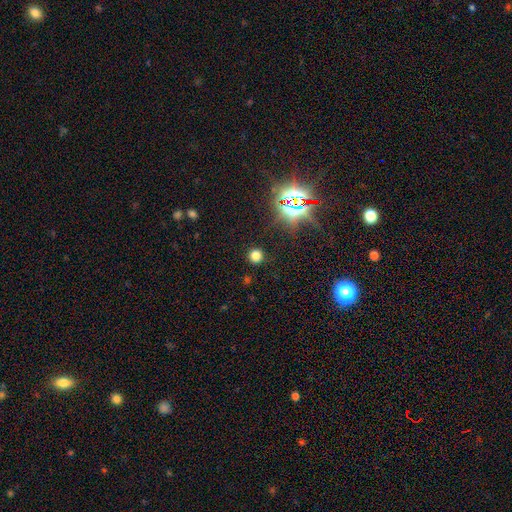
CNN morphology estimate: Smooth or featured? smooth (72%)
How rounded? round (93%)
Merging? none (90%)